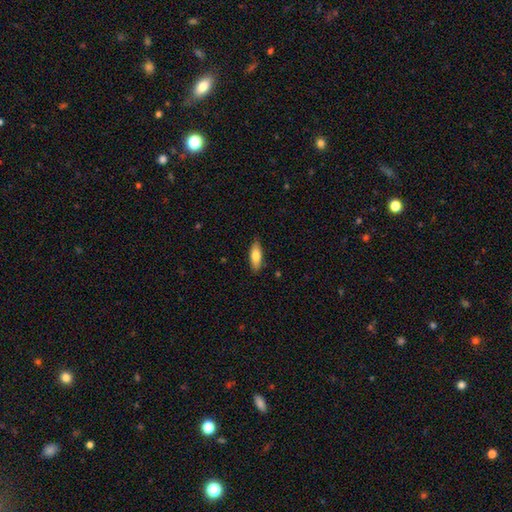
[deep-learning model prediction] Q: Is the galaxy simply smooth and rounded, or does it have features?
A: smooth — 76%.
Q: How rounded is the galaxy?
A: in between — 65%.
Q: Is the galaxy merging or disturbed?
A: none — 85%.